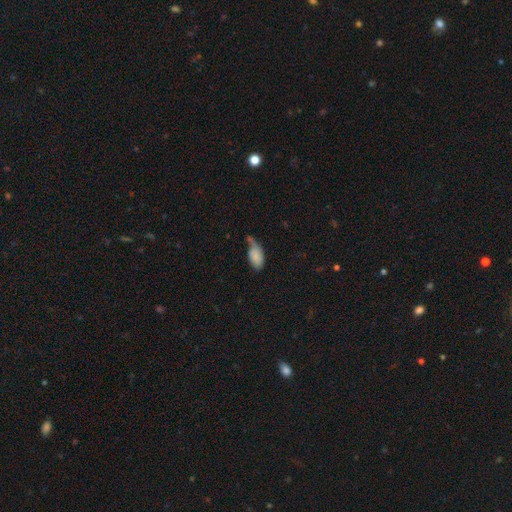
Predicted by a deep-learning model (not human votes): A smooth galaxy with no disk features (79%) that is in between round and cigar-shaped (92%). Merging: none (32%).